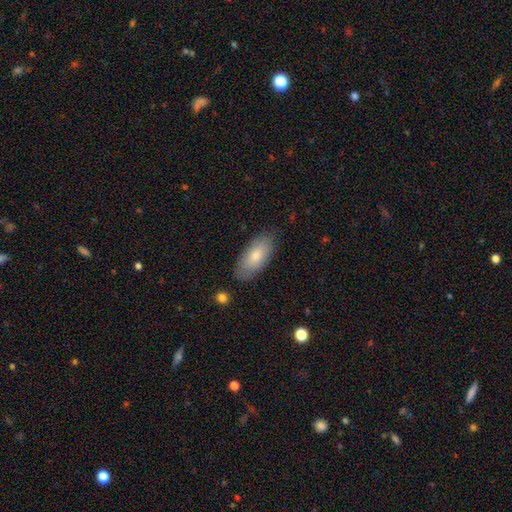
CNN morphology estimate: Smooth or featured?
  - smooth: 77% *
  - featured or disk: 17%
  - star or artifact: 6%
How rounded?
  - in between: 89% *
  - cigar-shaped: 9%
  - round: 2%
Merging?
  - none: 82% *
  - minor disturbance: 14%
  - major disturbance: 3%
  - merger: 2%